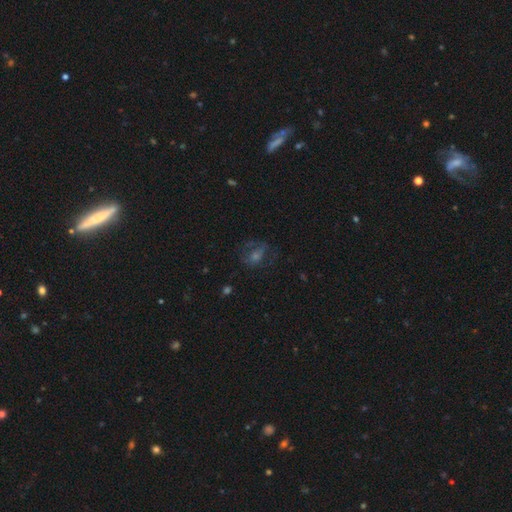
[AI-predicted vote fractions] Smooth or featured: featured or disk — 37% (smooth — 35%)
Merging: none — 65% (minor disturbance — 18%)